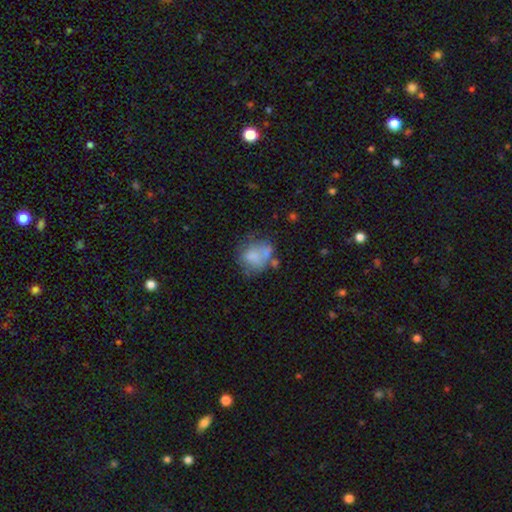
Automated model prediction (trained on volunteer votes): Overall: smooth (64%; featured or disk 26%). How rounded: round (58%; in between 41%). Merging: none (40%; minor disturbance 25%).